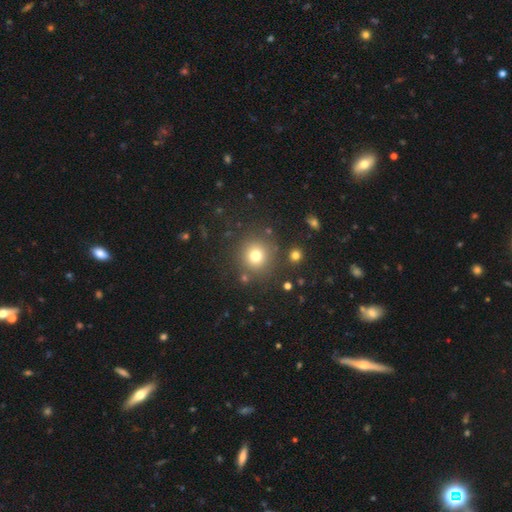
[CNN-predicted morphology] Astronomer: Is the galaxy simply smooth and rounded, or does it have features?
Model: smooth — 76%.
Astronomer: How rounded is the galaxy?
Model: round — 93%.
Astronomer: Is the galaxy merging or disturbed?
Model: none — 85%.